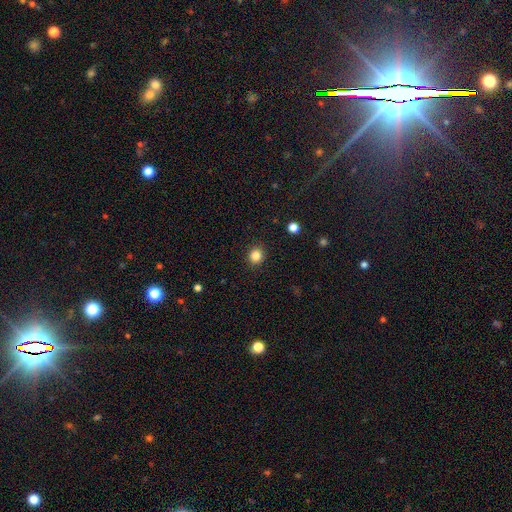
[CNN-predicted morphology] Q: Smooth or featured?
A: smooth (84%); runner-up: star or artifact (11%)
Q: How rounded?
A: round (82%); runner-up: in between (17%)
Q: Merging?
A: none (91%); runner-up: minor disturbance (6%)